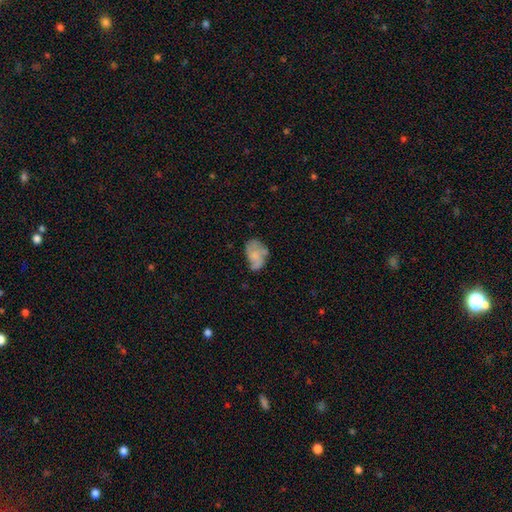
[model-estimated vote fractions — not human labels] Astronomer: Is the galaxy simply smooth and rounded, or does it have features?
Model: smooth — 54% (runner-up: featured or disk, 37%).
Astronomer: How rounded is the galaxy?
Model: in between — 87%.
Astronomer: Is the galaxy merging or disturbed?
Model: none — 43% (runner-up: minor disturbance, 30%).